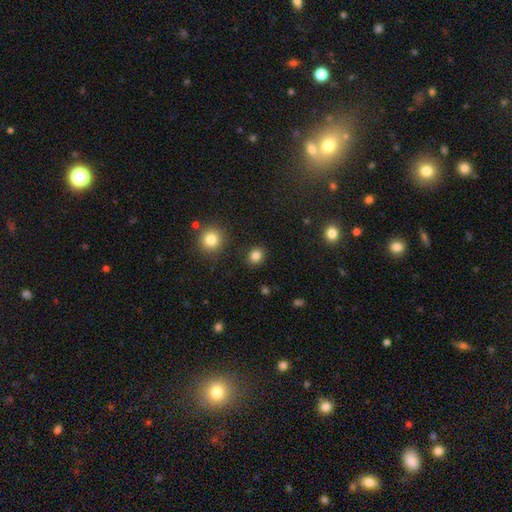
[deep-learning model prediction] Smooth or featured? Predicted: smooth (p=0.84). How rounded? Predicted: round (p=0.66). Merging? Predicted: none (p=0.89).